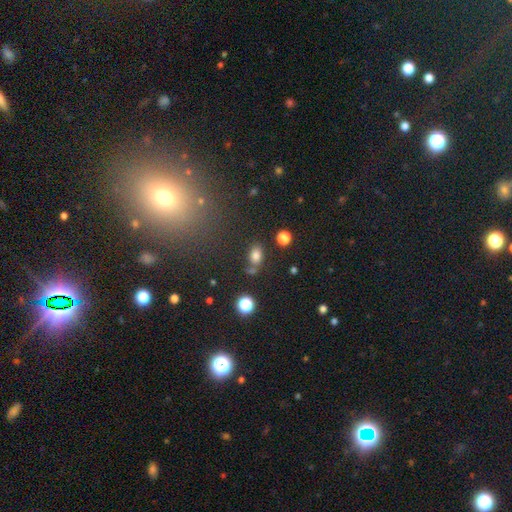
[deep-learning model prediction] This is likely a smooth galaxy (79%). How rounded: likely in between (76%). Merging: likely none (64%).